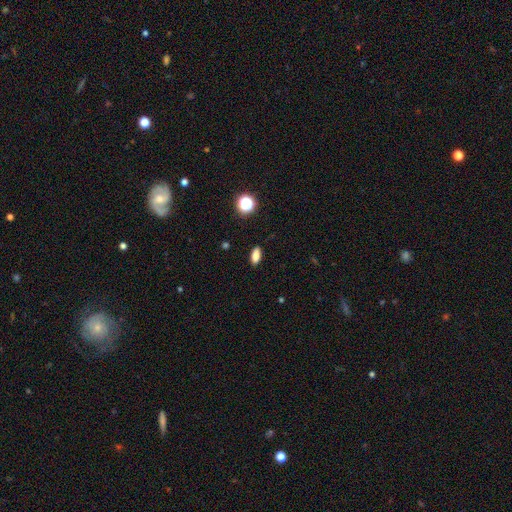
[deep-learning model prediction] This is clearly a smooth galaxy (82%). How rounded: clearly in between (81%). Merging: clearly none (89%).